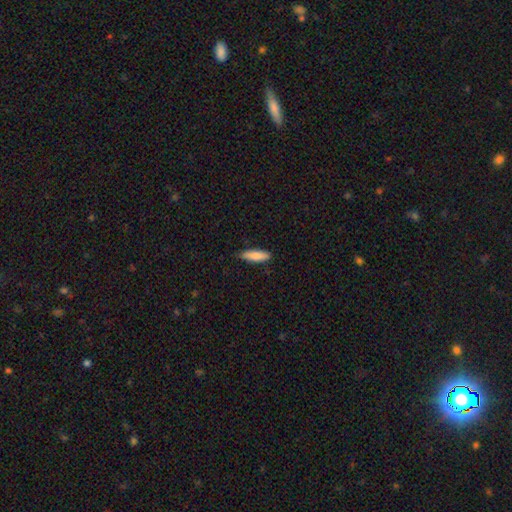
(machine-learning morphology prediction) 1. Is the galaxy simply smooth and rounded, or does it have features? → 83% smooth, 11% featured or disk, 6% star or artifact.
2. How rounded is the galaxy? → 63% cigar-shaped, 36% in between, 2% round.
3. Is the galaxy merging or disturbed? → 79% none, 17% minor disturbance, 2% major disturbance, 1% merger.